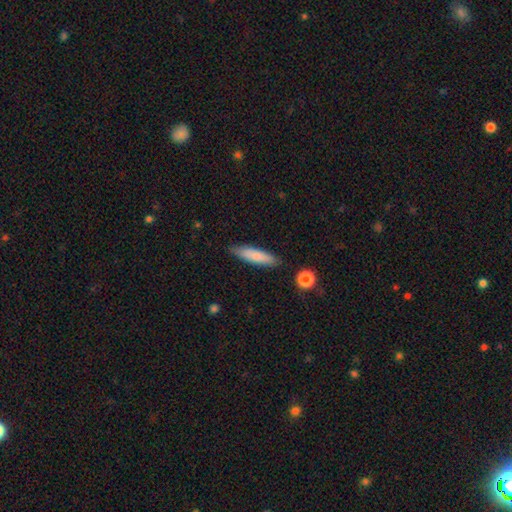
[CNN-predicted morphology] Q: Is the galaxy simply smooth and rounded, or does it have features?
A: smooth — 78%.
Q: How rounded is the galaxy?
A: cigar-shaped — 77%.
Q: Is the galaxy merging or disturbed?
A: none — 85%.